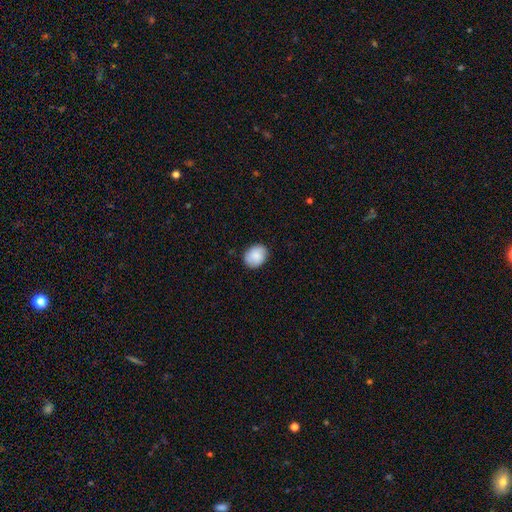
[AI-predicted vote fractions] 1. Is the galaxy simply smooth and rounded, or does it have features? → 84% smooth, 9% featured or disk, 7% star or artifact.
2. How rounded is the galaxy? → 51% round, 49% in between, 1% cigar-shaped.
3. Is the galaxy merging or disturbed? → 85% none, 12% minor disturbance, 2% major disturbance, 1% merger.